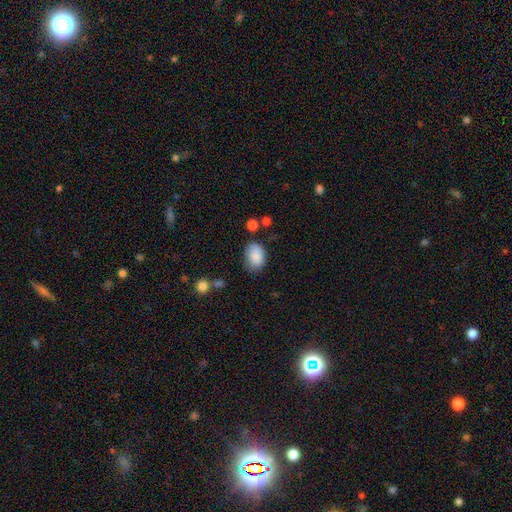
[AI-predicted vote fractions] The model was most divided on "merging": none: 64%, minor disturbance: 26%, major disturbance: 6%, merger: 4%. More confident: smooth or featured — smooth (87%); how rounded — in between (82%).